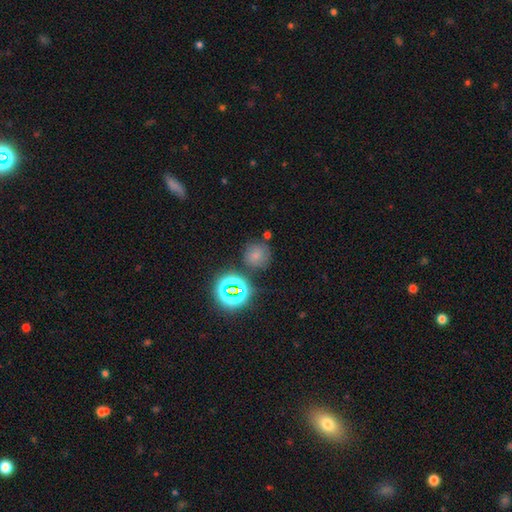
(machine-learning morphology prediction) smooth_or_featured: smooth (p=0.64) [alt: star or artifact p=0.25]
how_rounded: round (p=0.89) [alt: in between p=0.10]
merging: none (p=0.72) [alt: minor disturbance p=0.15]